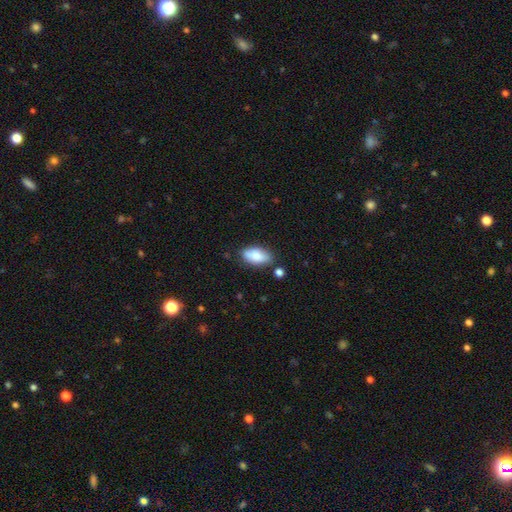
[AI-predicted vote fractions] A smooth galaxy with no disk features (80%) that is in between round and cigar-shaped (89%).

Vote fractions:
- Smooth or featured? smooth: 80% / featured or disk: 13% / star or artifact: 7%
- How rounded? in between: 89% / cigar-shaped: 7% / round: 3%
- Merging? none: 75% / minor disturbance: 17% / merger: 5% / major disturbance: 3%